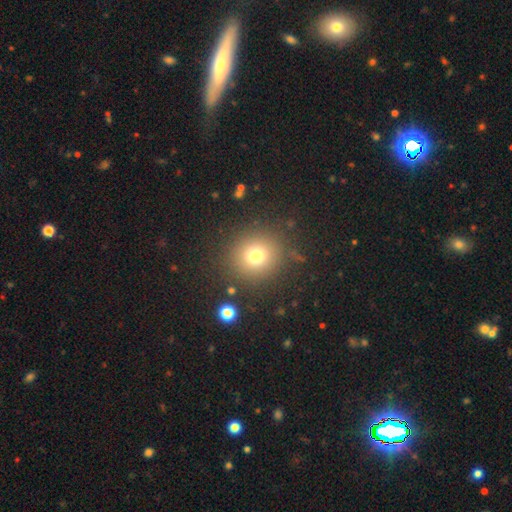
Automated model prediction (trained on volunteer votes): Q: Smooth or featured?
A: smooth (74%); runner-up: star or artifact (17%)
Q: How rounded?
A: round (91%); runner-up: in between (8%)
Q: Merging?
A: none (86%); runner-up: minor disturbance (7%)